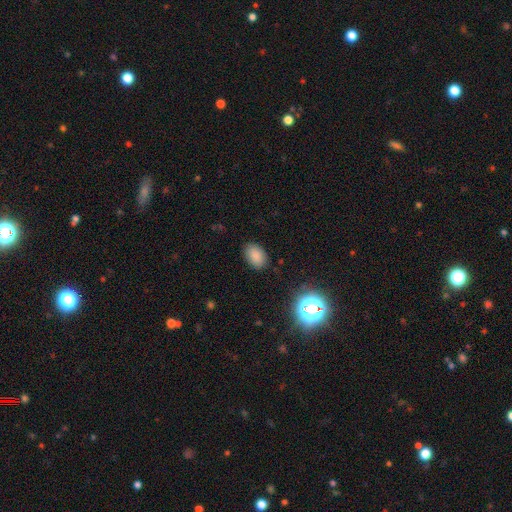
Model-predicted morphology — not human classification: smooth 83%, star or artifact 12%, featured or disk 5%. Down the decision tree: how rounded — in between (85%); merging — none (84%).